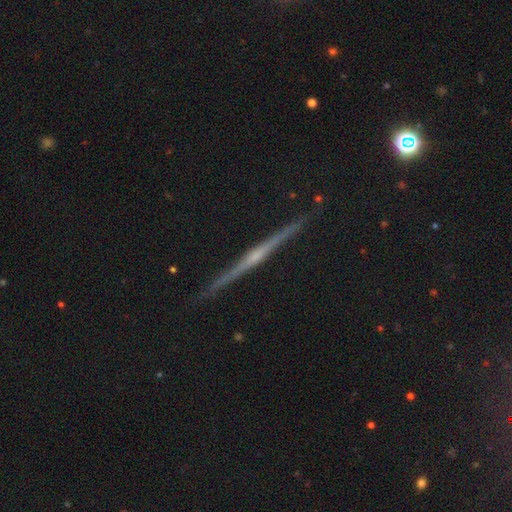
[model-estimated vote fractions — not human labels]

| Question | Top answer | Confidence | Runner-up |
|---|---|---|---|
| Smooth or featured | featured or disk | 86% | smooth (8%) |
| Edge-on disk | yes | 99% | no (1%) |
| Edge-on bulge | rounded | 69% | none (22%) |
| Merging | none | 92% | minor disturbance (5%) |